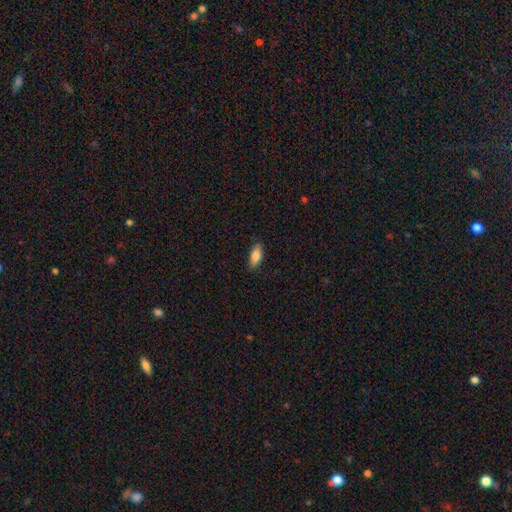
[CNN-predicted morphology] type=smooth (83%); roundness=in between (81%); merging=none (87%).